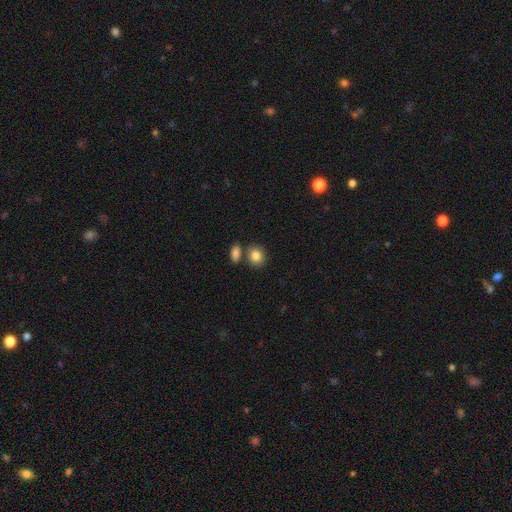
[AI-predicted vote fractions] smooth 85%, star or artifact 8%, featured or disk 7%. Down the decision tree: how rounded — round (55%); merging — none (68%).